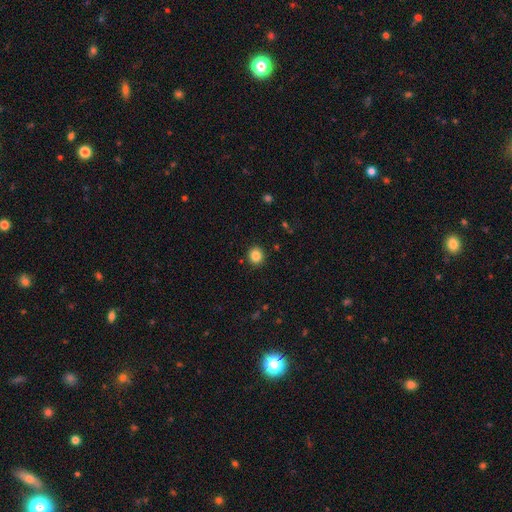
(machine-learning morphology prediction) Smooth or featured? Predicted: smooth (p=0.85). How rounded? Predicted: round (p=0.87). Merging? Predicted: none (p=0.92).